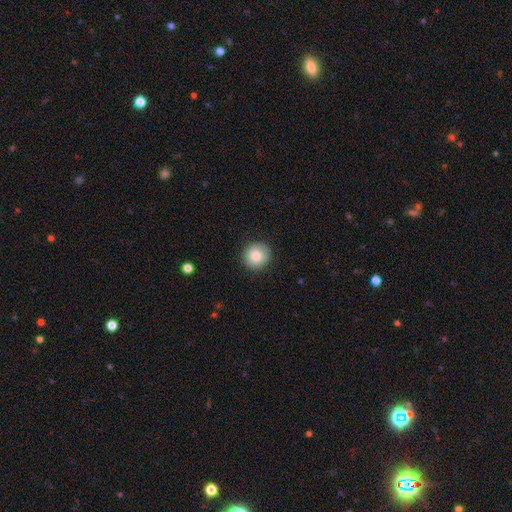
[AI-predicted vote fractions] A smooth galaxy with no disk features (82%) that is round (91%).

Vote fractions:
- Smooth or featured? smooth: 82% / featured or disk: 10% / star or artifact: 8%
- How rounded? round: 91% / in between: 8% / cigar-shaped: 1%
- Merging? none: 88% / minor disturbance: 9% / major disturbance: 2% / merger: 1%